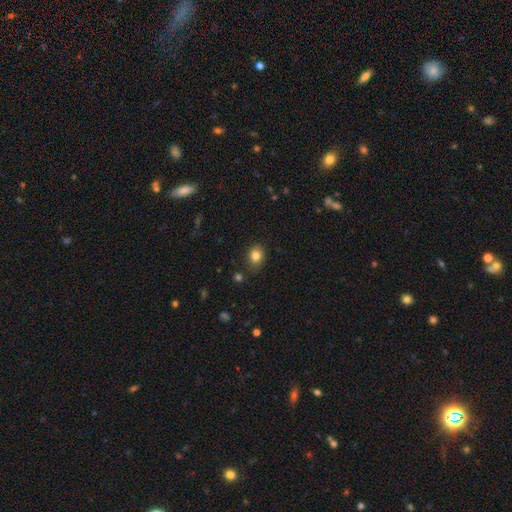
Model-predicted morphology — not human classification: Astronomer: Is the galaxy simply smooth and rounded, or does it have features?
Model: smooth — 83%.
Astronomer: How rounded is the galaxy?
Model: round — 55% (runner-up: in between, 44%).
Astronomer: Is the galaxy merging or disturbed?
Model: none — 79%.